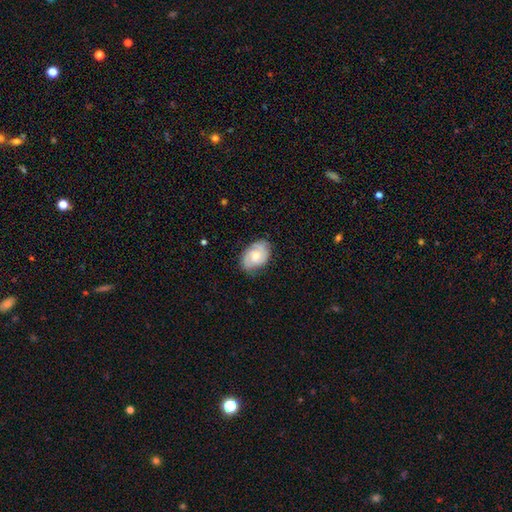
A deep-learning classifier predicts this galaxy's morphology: type=featured or disk (61%); edge-on=no (96%); bar=no (72%); spiral arms=yes (89%); winding=tight (50%); arm count=2 (58%); bulge=moderate (53%); merging=none (74%).